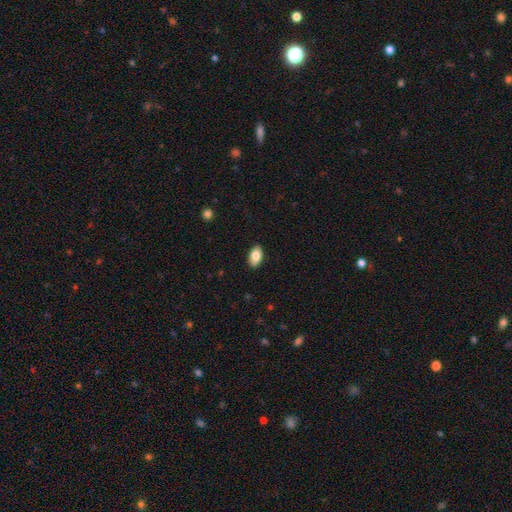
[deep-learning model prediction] Smooth or featured? Predicted: smooth (p=0.82). How rounded? Predicted: in between (p=0.93). Merging? Predicted: none (p=0.89).